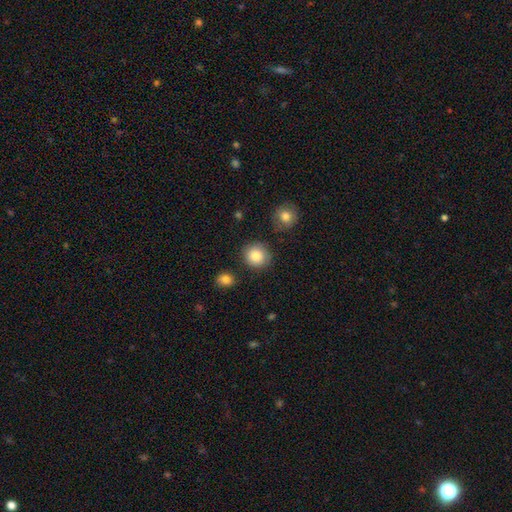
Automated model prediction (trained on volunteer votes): Smooth or featured? smooth (86%)
How rounded? round (90%)
Merging? none (85%)